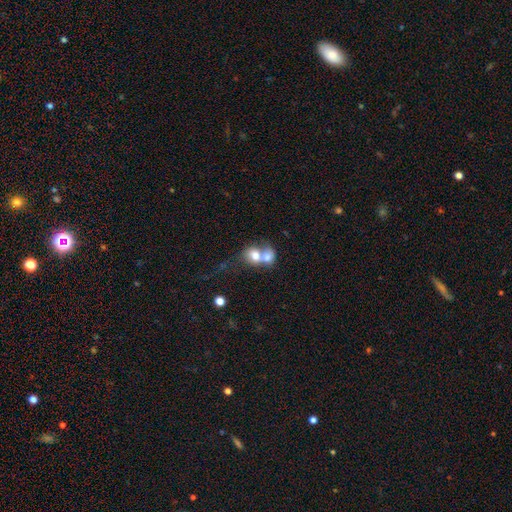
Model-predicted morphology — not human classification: The model was most divided on "how rounded": round: 60%, in between: 39%, cigar-shaped: 1%. More confident: merging — merger (76%); smooth or featured — smooth (70%).